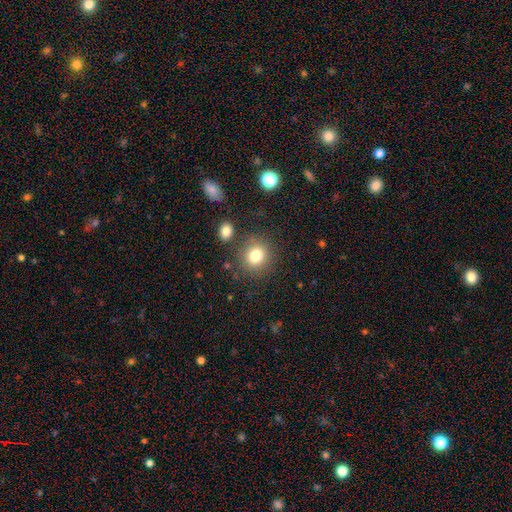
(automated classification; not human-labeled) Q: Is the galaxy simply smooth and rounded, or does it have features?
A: smooth — 80%.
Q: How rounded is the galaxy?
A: round — 83%.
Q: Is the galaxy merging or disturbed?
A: none — 82%.